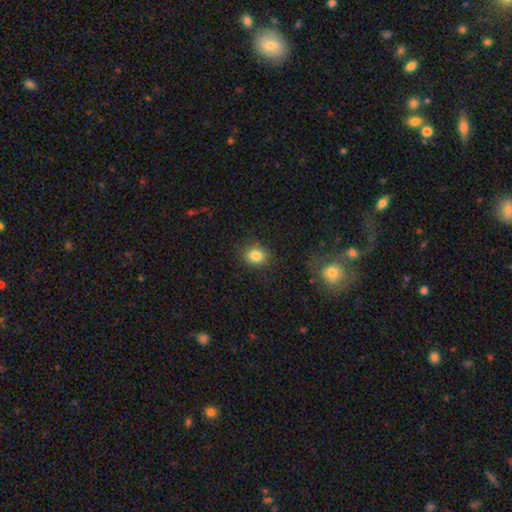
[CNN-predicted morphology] Smooth or featured?
  - smooth: 83% *
  - star or artifact: 11%
  - featured or disk: 6%
How rounded?
  - round: 62% *
  - in between: 37%
  - cigar-shaped: 1%
Merging?
  - none: 84% *
  - minor disturbance: 12%
  - major disturbance: 3%
  - merger: 2%